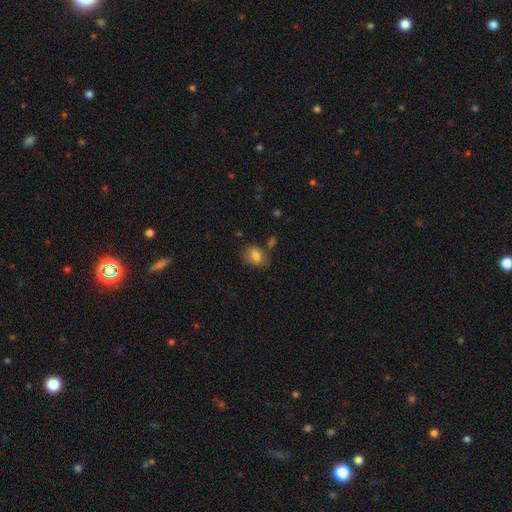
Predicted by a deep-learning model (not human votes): Morphology: type=smooth (80%); roundness=in between (74%); merging=none (66%).